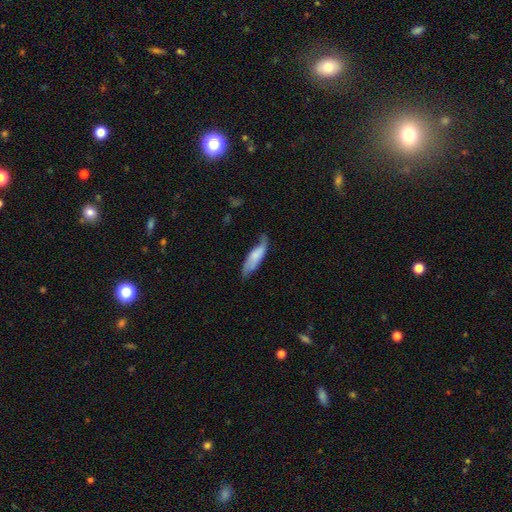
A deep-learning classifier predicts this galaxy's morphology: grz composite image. It shows a smooth galaxy with no disk features (65%) that is cigar-shaped (55%). Merging: none (51%).